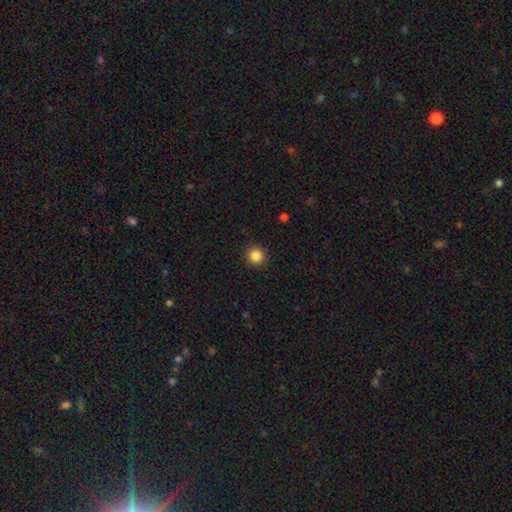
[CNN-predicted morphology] The model was most divided on "smooth or featured": smooth: 85%, star or artifact: 11%, featured or disk: 4%. More confident: how rounded — round (95%); merging — none (92%).